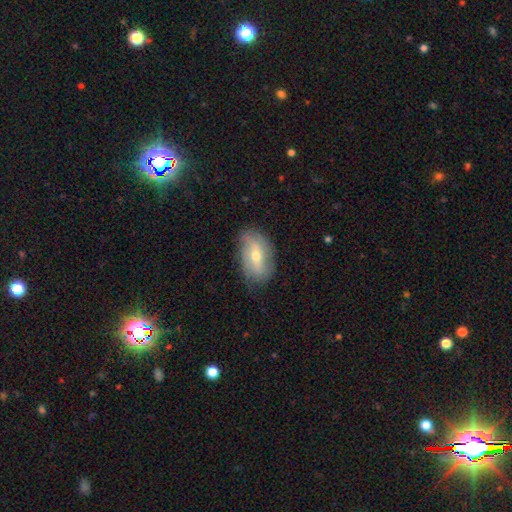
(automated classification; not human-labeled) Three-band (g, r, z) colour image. It shows a featured or disk galaxy (49%). Merging: none (73%).